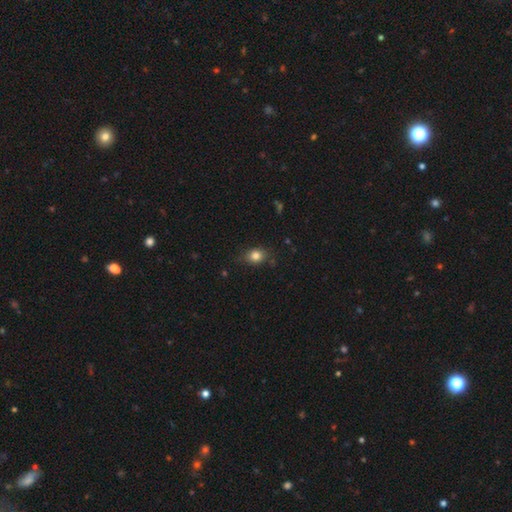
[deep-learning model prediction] Smooth or featured?
  - smooth: 82% *
  - star or artifact: 11%
  - featured or disk: 7%
How rounded?
  - in between: 51% *
  - round: 48%
  - cigar-shaped: 1%
Merging?
  - none: 79% *
  - minor disturbance: 16%
  - major disturbance: 3%
  - merger: 2%